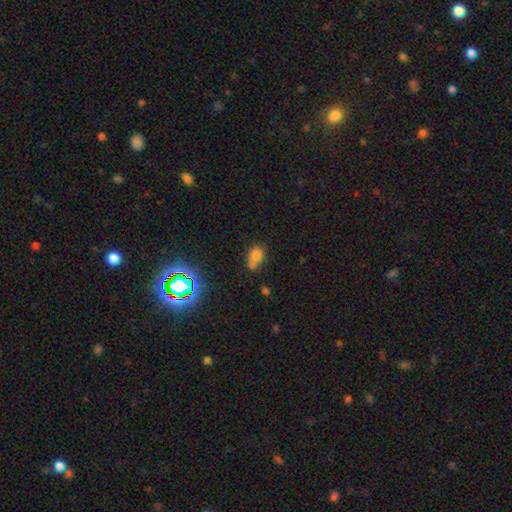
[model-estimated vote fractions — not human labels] A smooth galaxy with no disk features (73%) that is in between round and cigar-shaped (61%). Merging: none (41%).